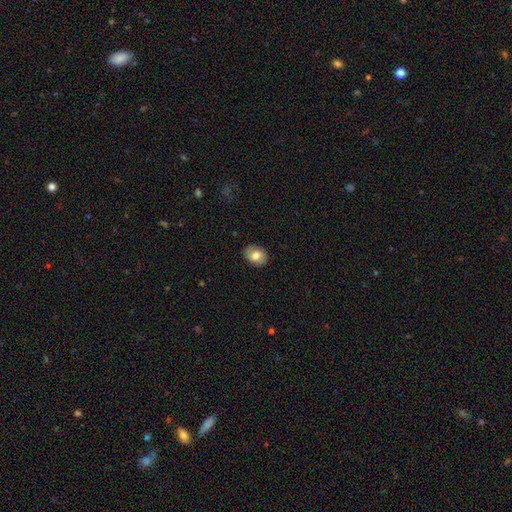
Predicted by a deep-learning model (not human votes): Smooth or featured? Predicted: smooth (p=0.61). How rounded? Predicted: in between (p=0.66). Merging? Predicted: none (p=0.83).